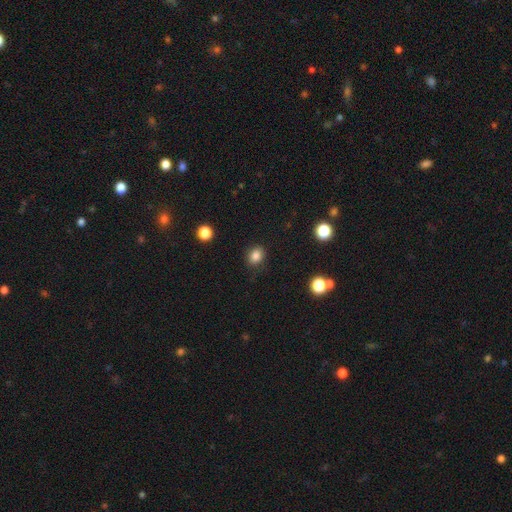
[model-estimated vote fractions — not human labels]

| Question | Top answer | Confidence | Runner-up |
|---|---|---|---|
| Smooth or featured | smooth | 84% | star or artifact (11%) |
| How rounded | round | 56% | in between (43%) |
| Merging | none | 87% | minor disturbance (9%) |